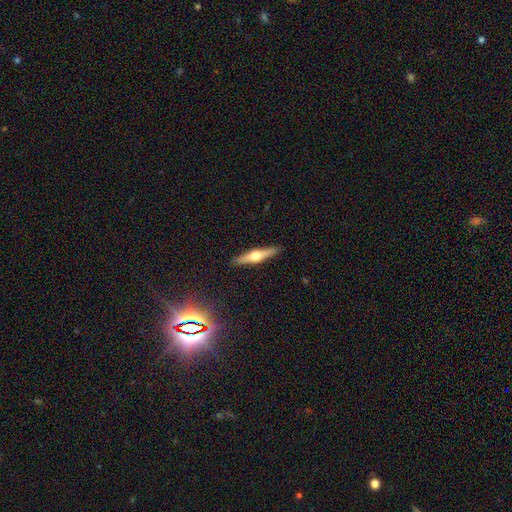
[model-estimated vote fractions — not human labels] Q: Smooth or featured?
A: featured or disk (68%); runner-up: smooth (27%)
Q: Edge-on disk?
A: yes (97%); runner-up: no (3%)
Q: Edge-on bulge?
A: rounded (93%); runner-up: boxy (5%)
Q: Merging?
A: none (91%); runner-up: minor disturbance (6%)